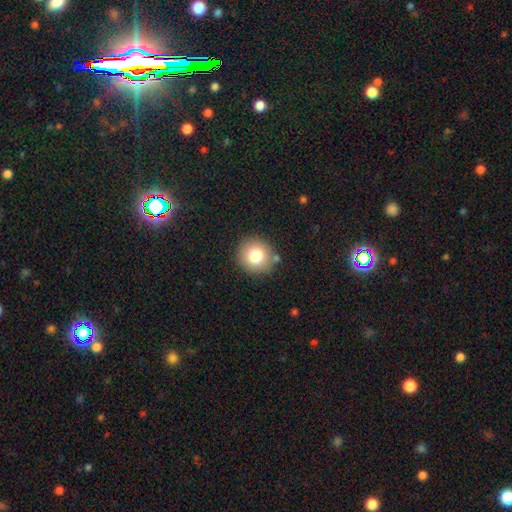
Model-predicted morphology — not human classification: smooth 78%, featured or disk 11%, star or artifact 11%. Down the decision tree: how rounded — round (91%); merging — none (85%).